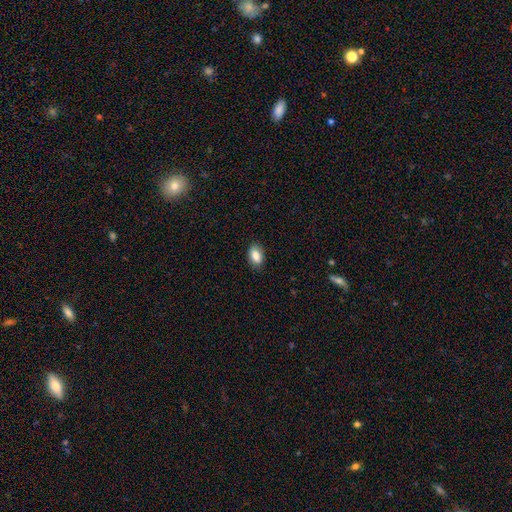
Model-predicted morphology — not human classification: A smooth galaxy with no disk features (85%) that is in between round and cigar-shaped (90%). Merging: none (85%).